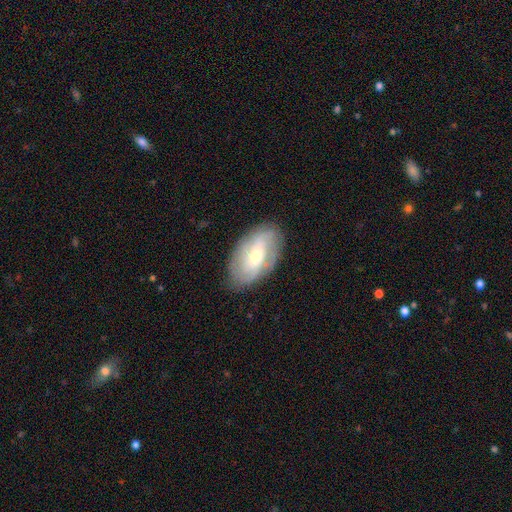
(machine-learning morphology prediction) Smooth or featured? featured or disk (65%)
Edge-on disk? no (93%)
Bar? no (45%)
Spiral arms? yes (81%)
Bulge size? moderate (51%)
Merging? none (81%)